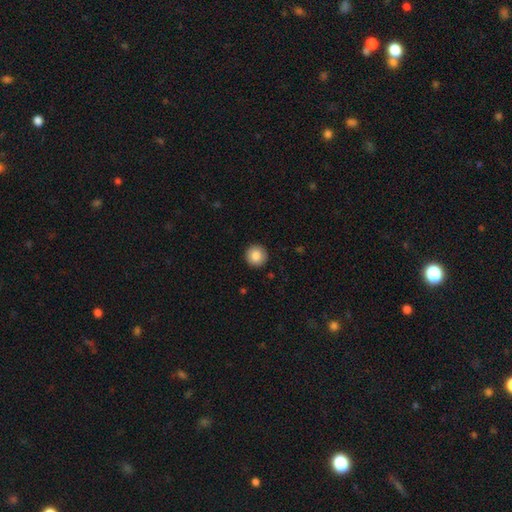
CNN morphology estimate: This is clearly a smooth galaxy (85%). How rounded: clearly round (95%). Merging: clearly none (92%).